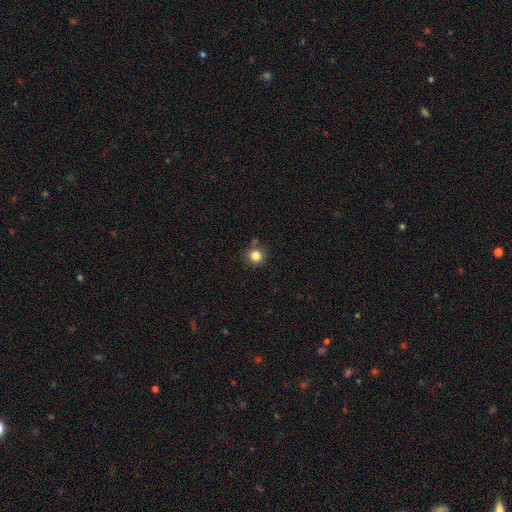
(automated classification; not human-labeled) Smooth or featured? smooth (83%)
How rounded? round (93%)
Merging? none (81%)